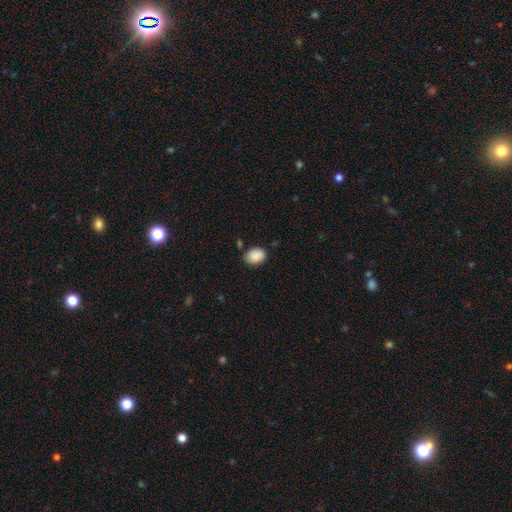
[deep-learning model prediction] Smooth or featured? Predicted: smooth (p=0.89). How rounded? Predicted: in between (p=0.73). Merging? Predicted: none (p=0.75).